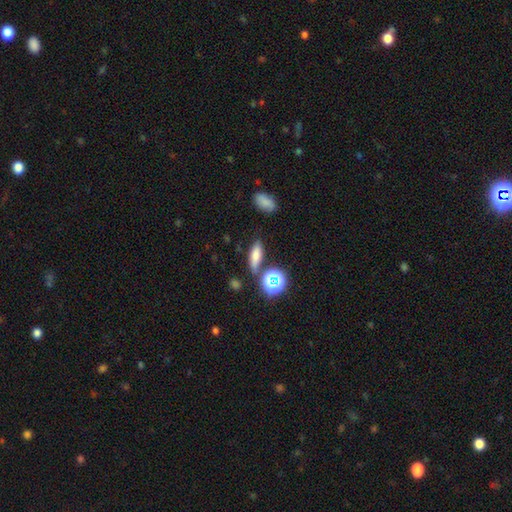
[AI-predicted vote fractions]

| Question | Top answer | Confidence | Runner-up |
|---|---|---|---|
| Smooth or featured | smooth | 69% | featured or disk (16%) |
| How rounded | in between | 48% | cigar-shaped (42%) |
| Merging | none | 74% | minor disturbance (14%) |